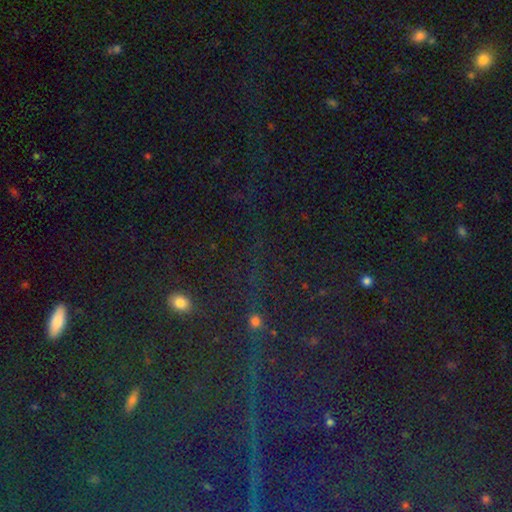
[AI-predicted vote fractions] This is likely a star or artifact rather than a galaxy (79%).